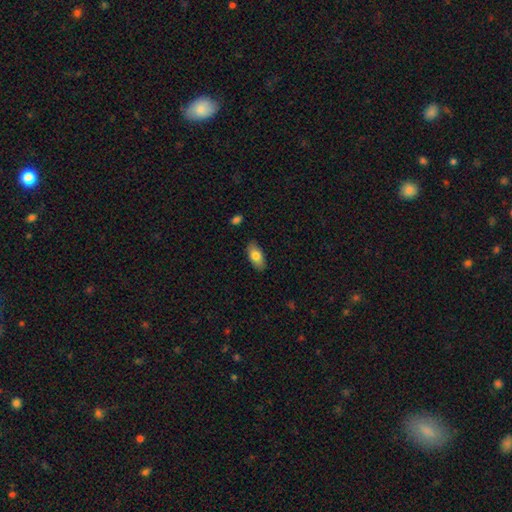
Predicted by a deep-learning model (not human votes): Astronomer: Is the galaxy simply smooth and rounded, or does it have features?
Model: smooth — 78%.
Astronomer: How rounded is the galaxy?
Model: in between — 90%.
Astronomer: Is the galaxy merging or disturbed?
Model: none — 87%.